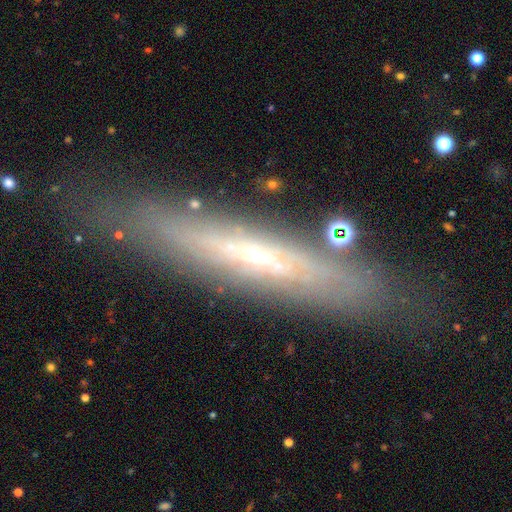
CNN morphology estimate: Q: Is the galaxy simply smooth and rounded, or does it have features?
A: featured or disk — 67%.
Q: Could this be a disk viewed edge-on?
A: yes — 78%.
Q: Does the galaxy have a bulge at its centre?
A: rounded — 47%, tied with none.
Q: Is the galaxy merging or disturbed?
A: none — 80%.